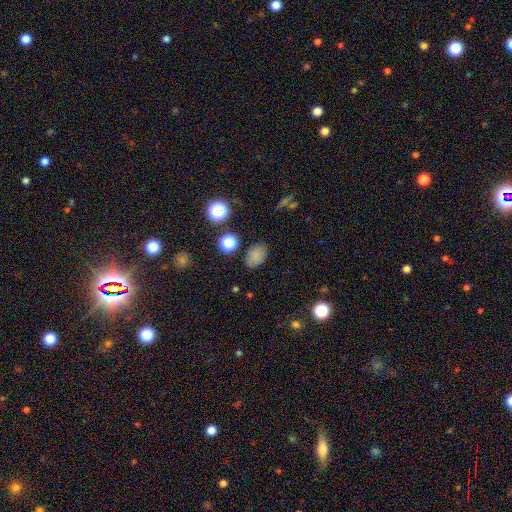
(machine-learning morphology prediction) Smooth or featured?
  - smooth: 77% *
  - star or artifact: 16%
  - featured or disk: 7%
How rounded?
  - in between: 77% *
  - round: 22%
  - cigar-shaped: 1%
Merging?
  - none: 80% *
  - minor disturbance: 14%
  - major disturbance: 4%
  - merger: 3%